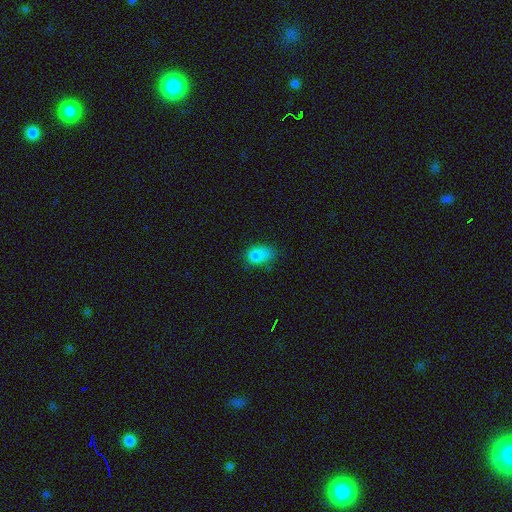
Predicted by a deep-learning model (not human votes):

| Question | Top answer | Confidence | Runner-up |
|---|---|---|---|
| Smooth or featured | smooth | 80% | star or artifact (11%) |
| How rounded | in between | 79% | round (19%) |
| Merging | none | 47% | minor disturbance (36%) |